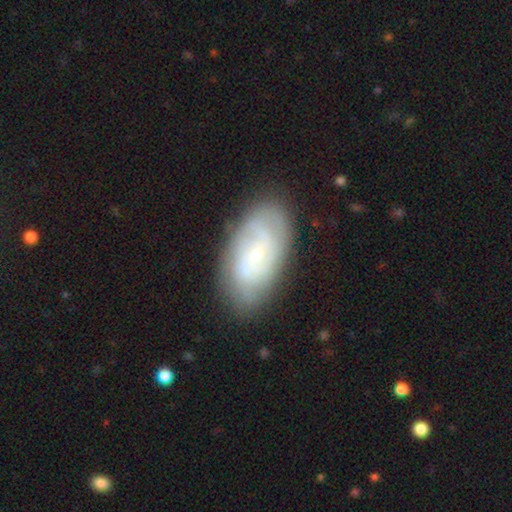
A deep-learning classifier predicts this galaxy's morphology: Smooth or featured? Predicted: featured or disk (p=0.63). Edge-on disk? Predicted: no (p=0.94). Bar? Predicted: no (p=0.64). Spiral arms? Predicted: yes (p=0.78). Bulge size? Predicted: small (p=0.78). Merging? Predicted: none (p=0.78).